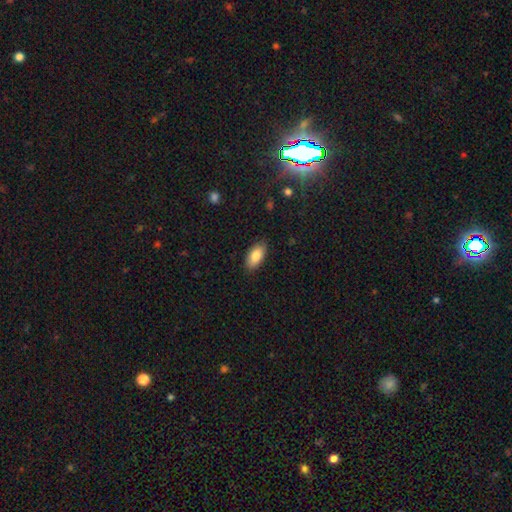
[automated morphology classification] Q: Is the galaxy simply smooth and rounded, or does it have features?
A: smooth — 83%.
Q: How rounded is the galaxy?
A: in between — 92%.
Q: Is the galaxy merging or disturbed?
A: none — 87%.